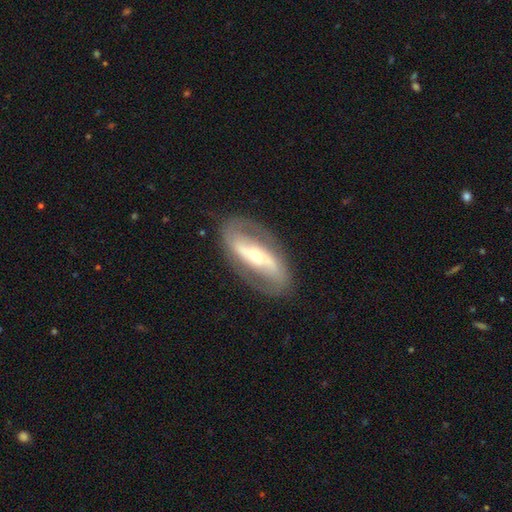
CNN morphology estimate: A featured or disk galaxy (83%) with a strong bar (57%), 2 (88%) medium (41%) spiral arms (81%) and a small central bulge (48%). Merging: none (82%).